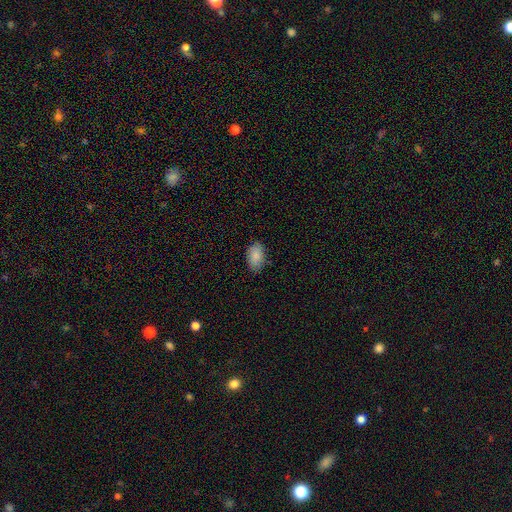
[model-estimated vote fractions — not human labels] Smooth or featured?
  - smooth: 88% *
  - star or artifact: 7%
  - featured or disk: 5%
How rounded?
  - in between: 92% *
  - round: 6%
  - cigar-shaped: 2%
Merging?
  - none: 84% *
  - minor disturbance: 12%
  - major disturbance: 3%
  - merger: 1%